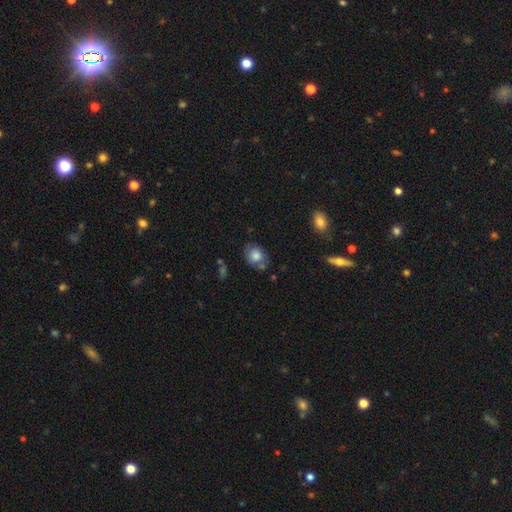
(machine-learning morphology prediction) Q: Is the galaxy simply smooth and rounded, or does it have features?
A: smooth — 78%.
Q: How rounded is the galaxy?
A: in between — 50%.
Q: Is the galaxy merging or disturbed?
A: none — 63%.